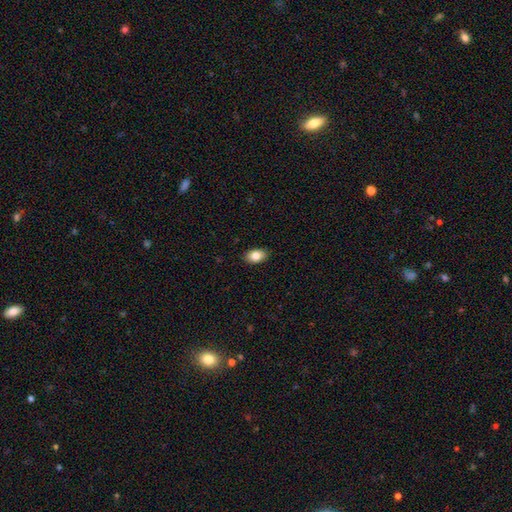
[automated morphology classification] Smooth or featured: smooth — 83% (featured or disk — 9%)
How rounded: in between — 88% (round — 11%)
Merging: none — 89% (minor disturbance — 8%)